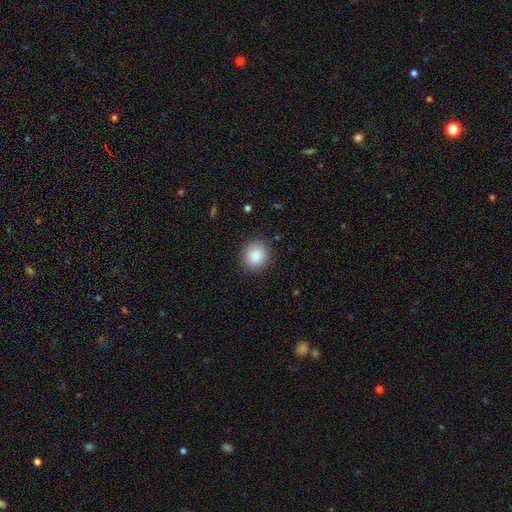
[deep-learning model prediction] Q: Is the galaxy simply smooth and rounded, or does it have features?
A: smooth — 86%.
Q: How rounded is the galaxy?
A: round — 84%.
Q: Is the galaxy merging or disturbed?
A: none — 88%.